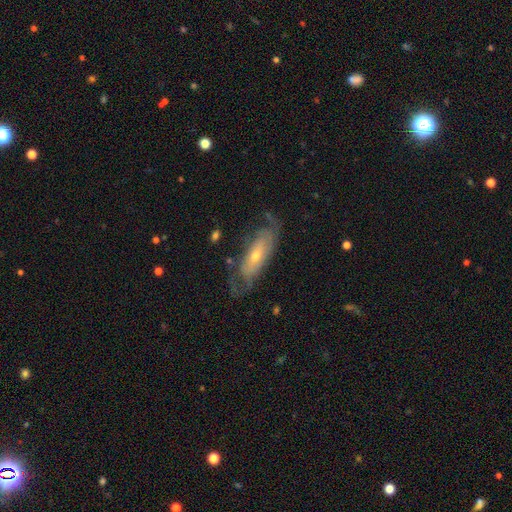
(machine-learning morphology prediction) A featured or disk galaxy (67%) with no bar (71%), spiral arms (73%) and a small central bulge (56%).

Vote fractions:
- Smooth or featured? featured or disk: 67% / smooth: 26% / star or artifact: 6%
- Edge-on disk? no: 80% / yes: 20%
- Bar? no: 71% / weak: 21% / strong: 8%
- Spiral arms? yes: 73% / no: 27%
- Bulge size? small: 56% / moderate: 39% / large: 2% / none: 1% / dominant: 1%
- Merging? none: 59% / minor disturbance: 22% / major disturbance: 17% / merger: 2%